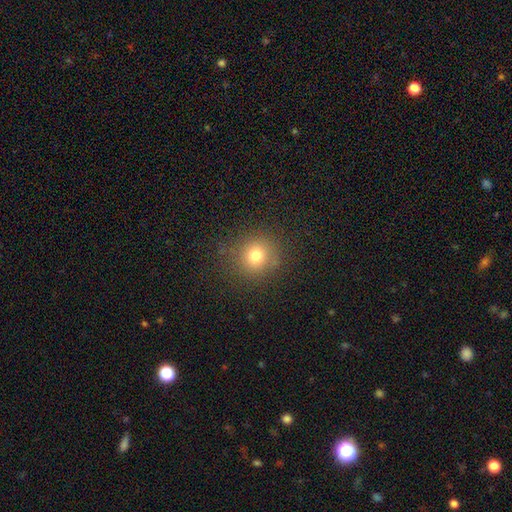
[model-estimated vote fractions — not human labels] Smooth or featured: smooth — 75% (star or artifact — 16%)
How rounded: round — 89% (in between — 10%)
Merging: none — 85% (minor disturbance — 9%)